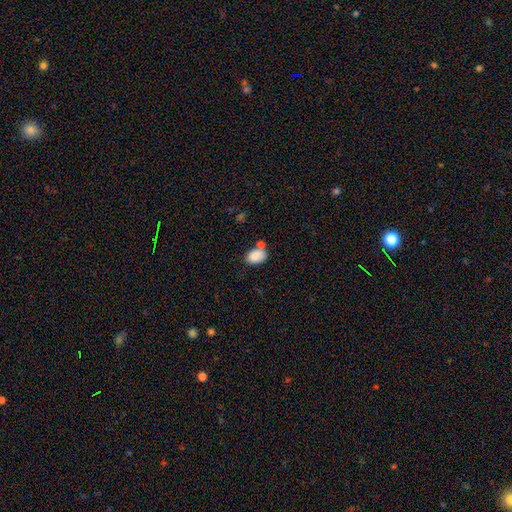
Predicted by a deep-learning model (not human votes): Smooth or featured? smooth (87%)
How rounded? in between (85%)
Merging? none (60%)